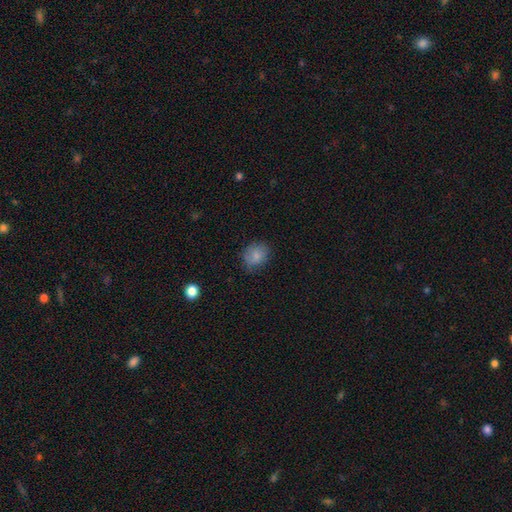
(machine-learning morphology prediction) Overall: smooth (82%). How rounded: round (58%; in between 41%). Merging: none (74%).